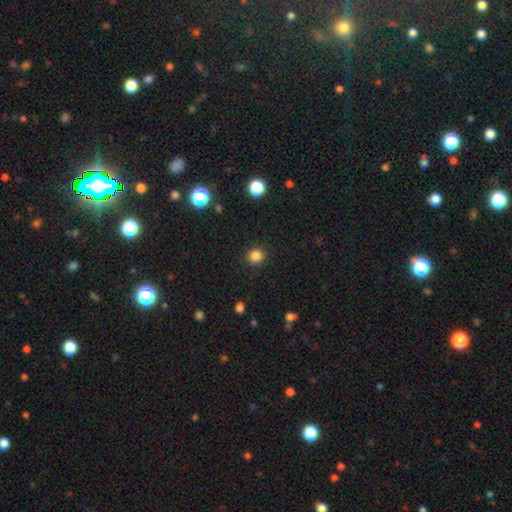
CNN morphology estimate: A smooth galaxy with no disk features (84%) that is round (84%). Merging: none (91%).